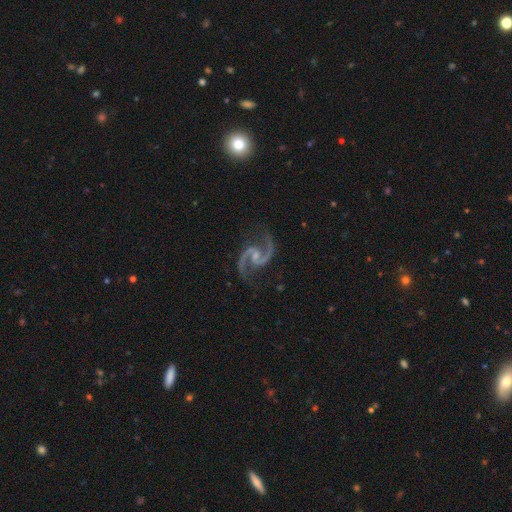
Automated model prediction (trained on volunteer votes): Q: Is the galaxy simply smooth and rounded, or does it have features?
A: featured or disk — 94%.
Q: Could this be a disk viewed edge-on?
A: no — 98%.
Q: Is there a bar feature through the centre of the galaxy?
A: no — 43%.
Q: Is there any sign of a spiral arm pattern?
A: yes — 99%.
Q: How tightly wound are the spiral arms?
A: medium — 58%.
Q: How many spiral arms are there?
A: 2 — 95%.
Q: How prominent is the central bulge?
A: small — 66%.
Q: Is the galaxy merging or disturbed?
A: none — 80%.